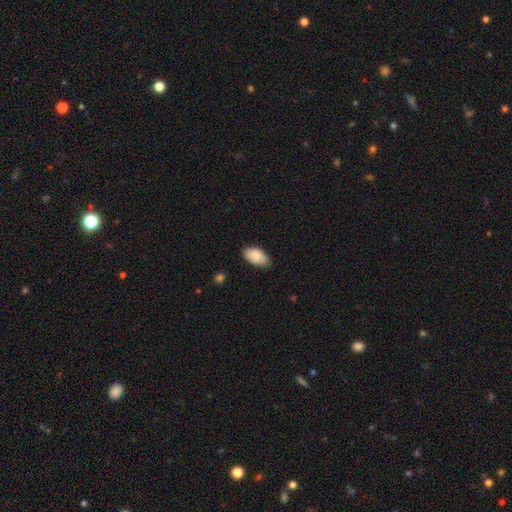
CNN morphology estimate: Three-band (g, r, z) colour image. It shows a smooth galaxy with no disk features (86%) that is in between round and cigar-shaped (95%). Merging: none (74%).